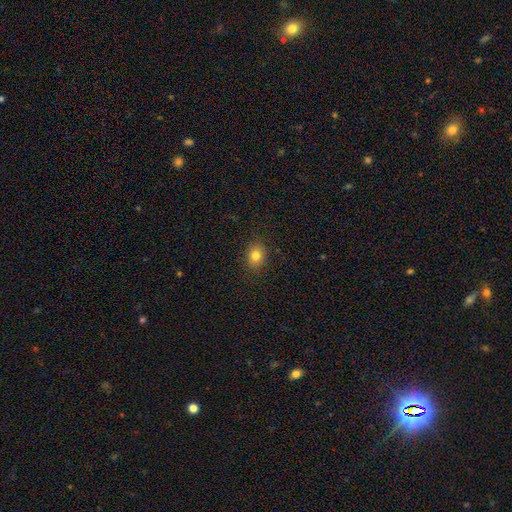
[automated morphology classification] smooth_or_featured: smooth (p=0.81) [alt: star or artifact p=0.12]
how_rounded: round (p=0.57) [alt: in between p=0.42]
merging: none (p=0.88) [alt: minor disturbance p=0.09]